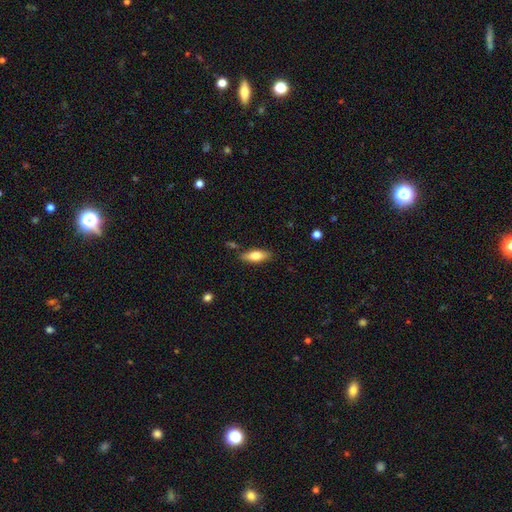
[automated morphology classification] This appears to be a smooth galaxy with no disk features (73%) that is in between round and cigar-shaped (71%). Merging: none (81%).